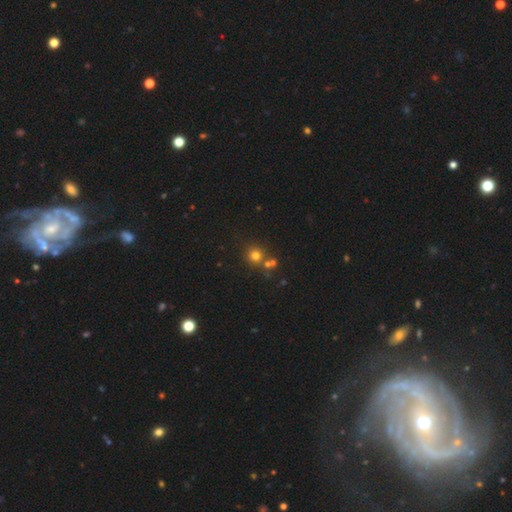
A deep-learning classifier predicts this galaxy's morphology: Smooth or featured? Predicted: smooth (p=0.72). How rounded? Predicted: round (p=0.92). Merging? Predicted: none (p=0.68).